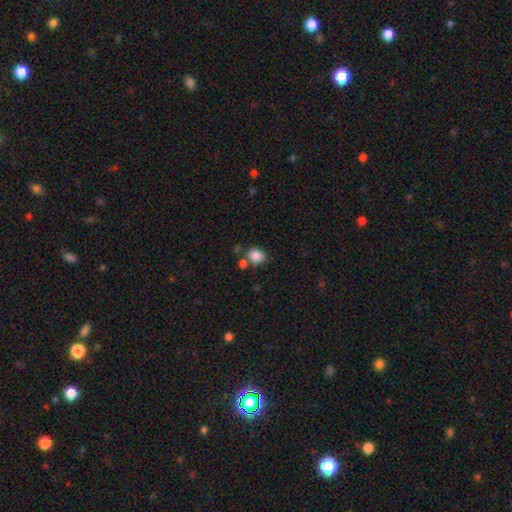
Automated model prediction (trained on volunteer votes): Morphology: type=smooth (85%); roundness=round (74%); merging=none (65%).